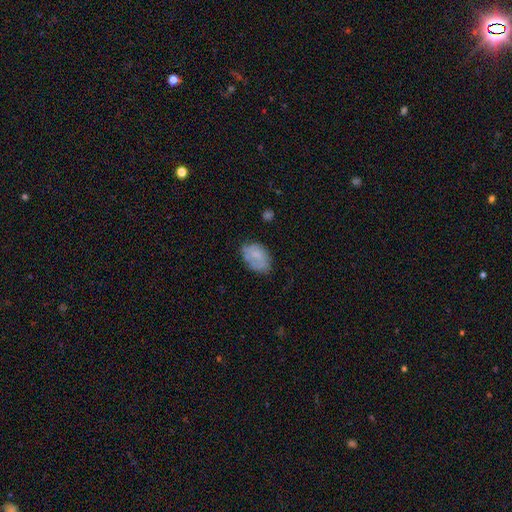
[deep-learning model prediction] This is likely a smooth galaxy (62%). How rounded: clearly in between (86%). Merging: possibly none (58%).